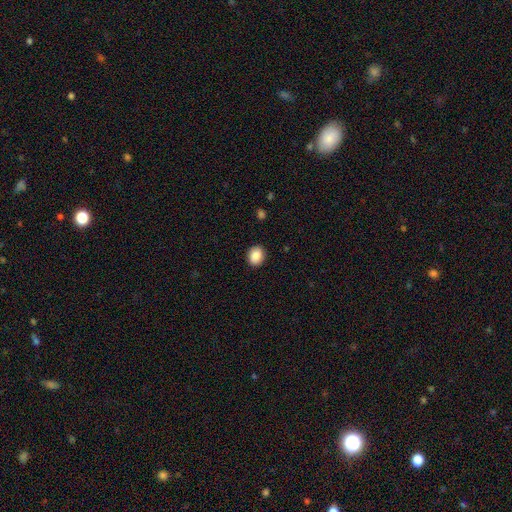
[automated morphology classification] This is clearly a smooth galaxy (88%). How rounded: likely round (62%). Merging: clearly none (91%).